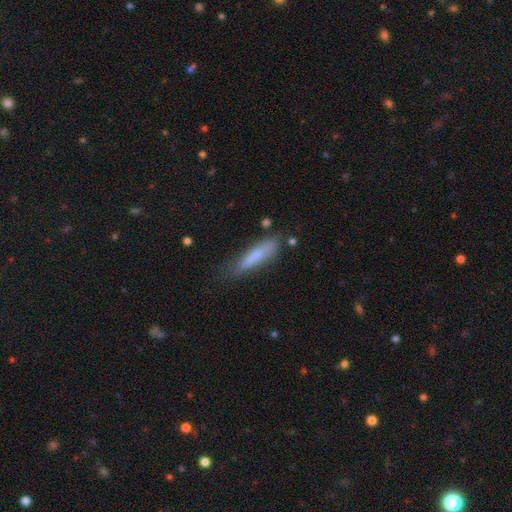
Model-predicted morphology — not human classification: Smooth or featured?
  - smooth: 72% *
  - featured or disk: 21%
  - star or artifact: 7%
How rounded?
  - cigar-shaped: 82% *
  - in between: 16%
  - round: 2%
Merging?
  - none: 66% *
  - minor disturbance: 23%
  - major disturbance: 7%
  - merger: 4%